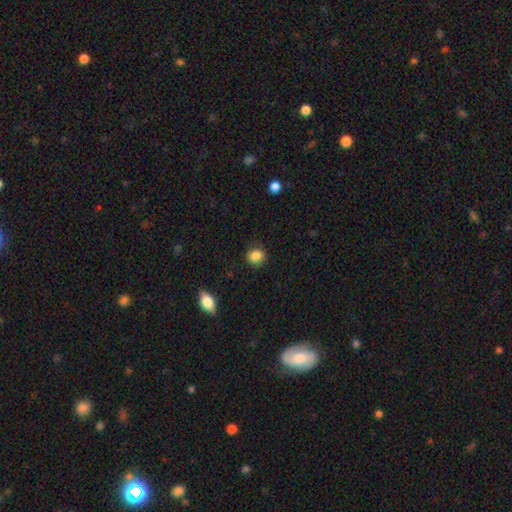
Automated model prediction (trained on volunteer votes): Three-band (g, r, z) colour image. It shows a smooth galaxy with no disk features (86%) that is round (82%). Merging: none (84%).